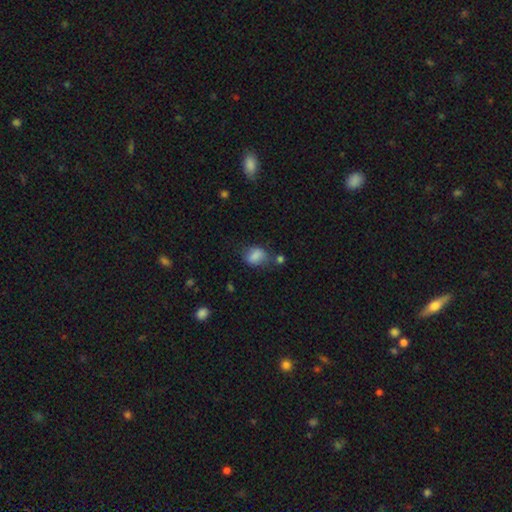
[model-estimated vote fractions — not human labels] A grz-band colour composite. It shows a smooth galaxy with no disk features (79%) that is in between round and cigar-shaped (67%). Merging: none (56%).